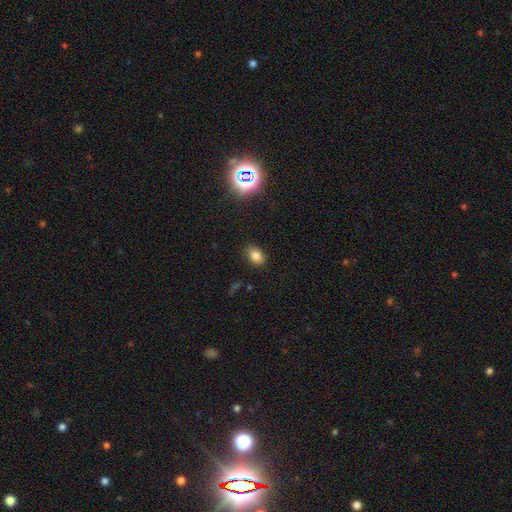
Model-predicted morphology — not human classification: This appears to be a smooth galaxy with no disk features (79%) that is in between round and cigar-shaped (79%). Merging: none (86%).